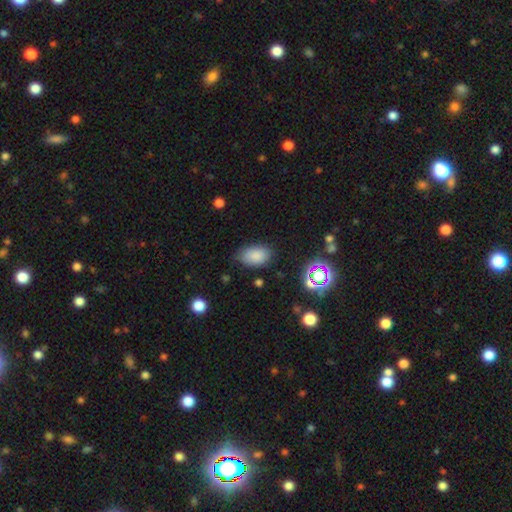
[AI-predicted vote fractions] Smooth or featured?
  - smooth: 83% *
  - star or artifact: 11%
  - featured or disk: 6%
How rounded?
  - in between: 89% *
  - round: 10%
  - cigar-shaped: 1%
Merging?
  - none: 72% *
  - minor disturbance: 21%
  - major disturbance: 5%
  - merger: 2%